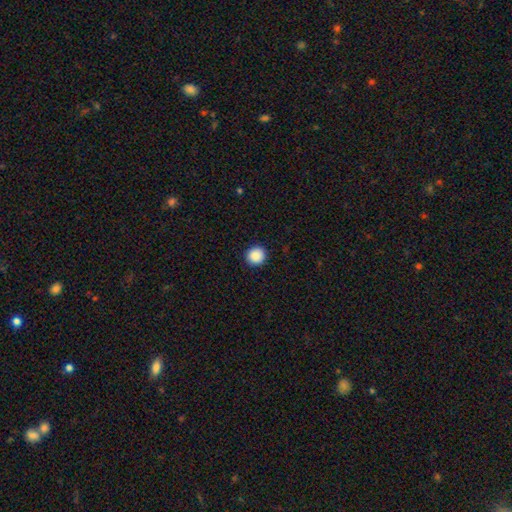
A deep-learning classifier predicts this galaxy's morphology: type=smooth (89%); roundness=round (93%); merging=none (92%).